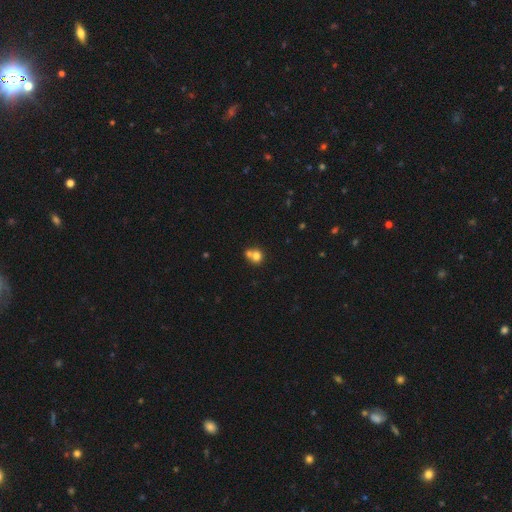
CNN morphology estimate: This appears to be a smooth galaxy with no disk features (75%) that is round (81%). Merging: merger (54%).